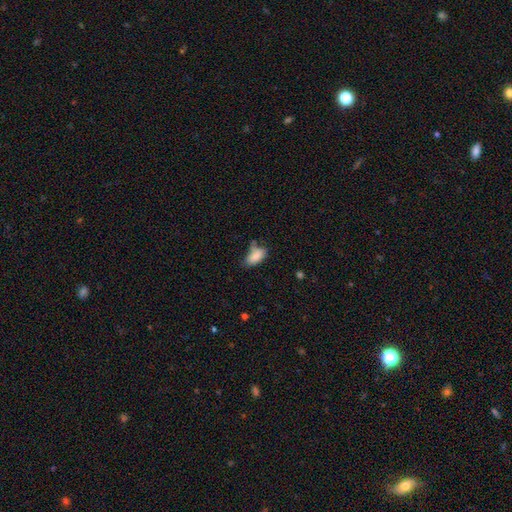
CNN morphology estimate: A smooth galaxy with no disk features (83%) that is in between round and cigar-shaped (91%).

Vote fractions:
- Smooth or featured? smooth: 83% / featured or disk: 9% / star or artifact: 8%
- How rounded? in between: 91% / cigar-shaped: 6% / round: 3%
- Merging? none: 46% / minor disturbance: 31% / merger: 12% / major disturbance: 11%